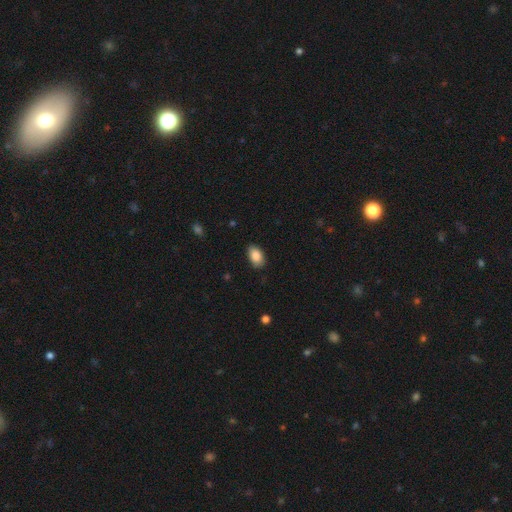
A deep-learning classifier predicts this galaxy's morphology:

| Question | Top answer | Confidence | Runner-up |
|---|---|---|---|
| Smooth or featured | smooth | 87% | star or artifact (7%) |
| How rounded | in between | 91% | round (8%) |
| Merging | none | 84% | minor disturbance (13%) |